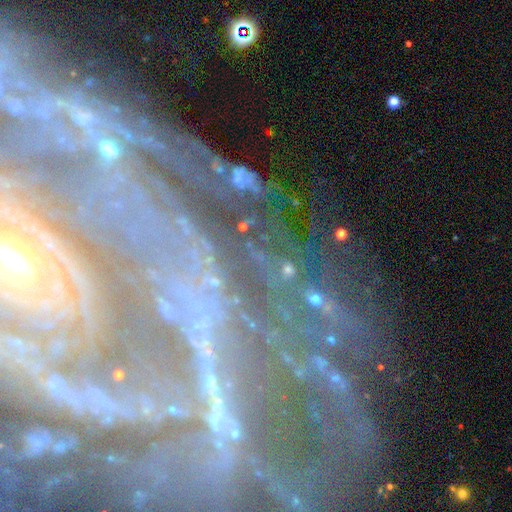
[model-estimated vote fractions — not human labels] Smooth or featured? featured or disk (72%)
Edge-on disk? no (92%)
Bar? no (39%)
Spiral arms? yes (91%)
Spiral winding? tight (70%)
Spiral arm count? can't tell (27%)
Bulge size? small (56%)
Merging? none (67%)